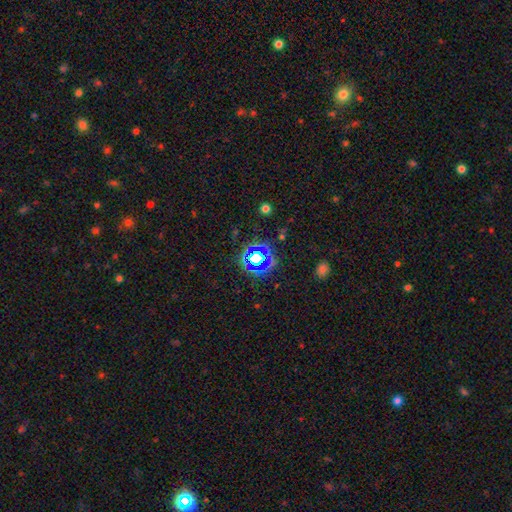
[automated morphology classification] star or artifact 65%, smooth 24%, featured or disk 11%.